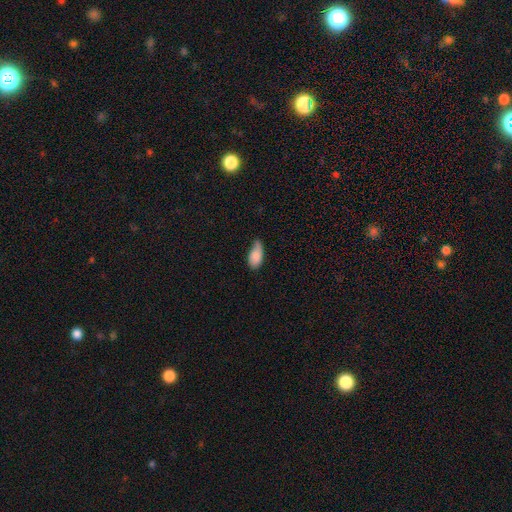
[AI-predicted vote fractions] A smooth galaxy with no disk features (83%) that is in between round and cigar-shaped (91%).

Vote fractions:
- Smooth or featured? smooth: 83% / featured or disk: 10% / star or artifact: 7%
- How rounded? in between: 91% / cigar-shaped: 6% / round: 3%
- Merging? minor disturbance: 44% / none: 41% / major disturbance: 12% / merger: 3%